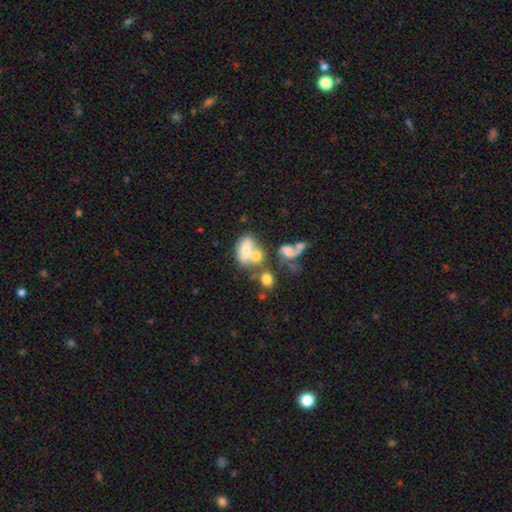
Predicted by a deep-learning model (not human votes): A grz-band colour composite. It shows a smooth galaxy with no disk features (56%) that is in between round and cigar-shaped (73%). Merging: merger (59%).